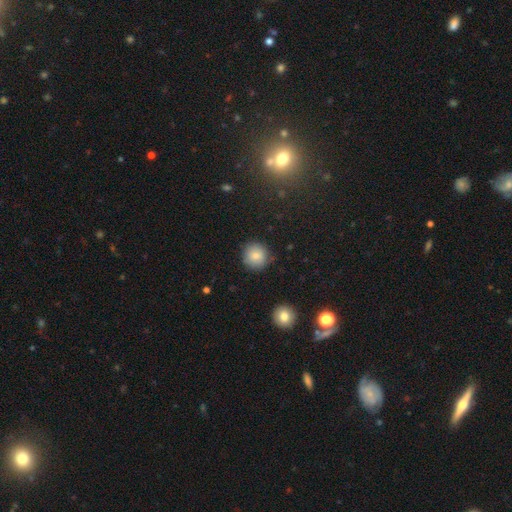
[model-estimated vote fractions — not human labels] smooth 81%, star or artifact 10%, featured or disk 9%. Down the decision tree: how rounded — round (93%); merging — none (85%).